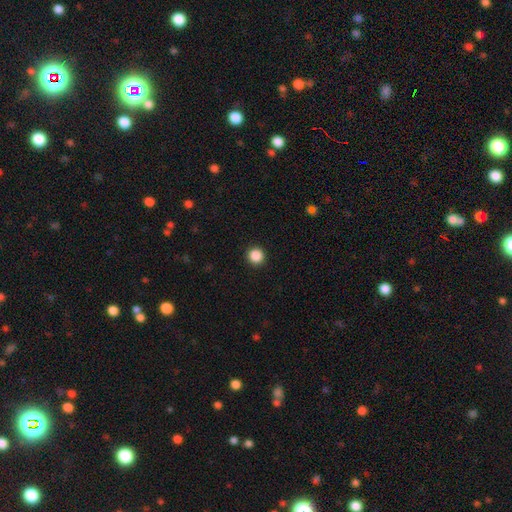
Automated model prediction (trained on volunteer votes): smooth 87%, star or artifact 10%, featured or disk 3%. Down the decision tree: how rounded — round (95%); merging — none (93%).